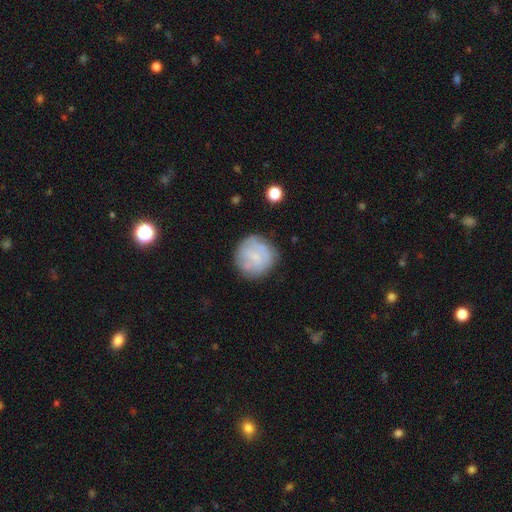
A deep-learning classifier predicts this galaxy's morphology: Smooth or featured? Predicted: smooth (p=0.53). How rounded? Predicted: round (p=0.91). Merging? Predicted: none (p=0.71).